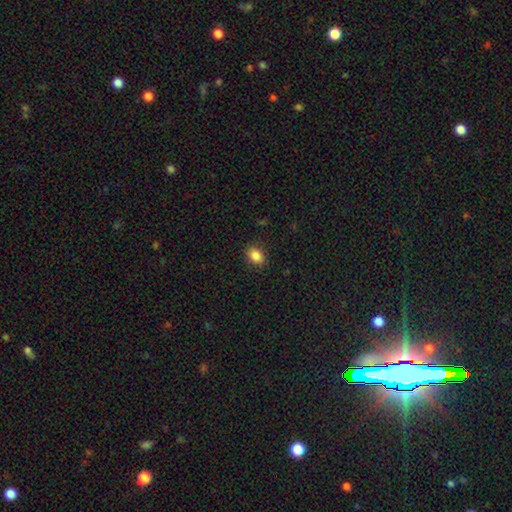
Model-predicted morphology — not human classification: This is clearly a smooth galaxy (87%). How rounded: likely in between (74%). Merging: clearly none (87%).